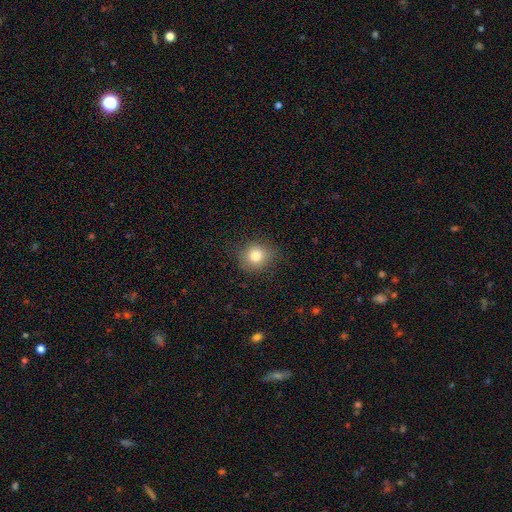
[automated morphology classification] smooth 82%, star or artifact 10%, featured or disk 7%. Down the decision tree: how rounded — round (81%); merging — none (83%).